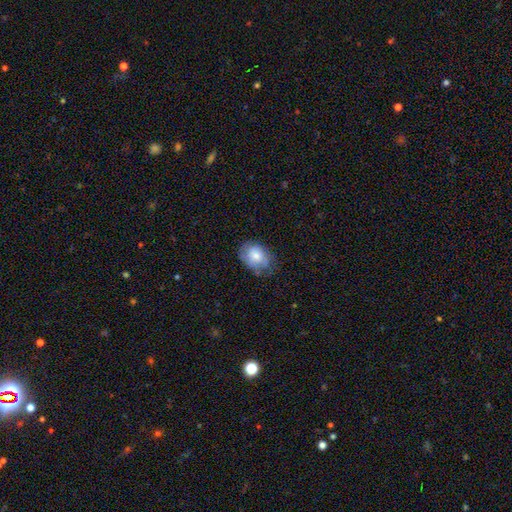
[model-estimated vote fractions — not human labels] A smooth galaxy with no disk features (72%) that is in between round and cigar-shaped (70%). Merging: none (64%).